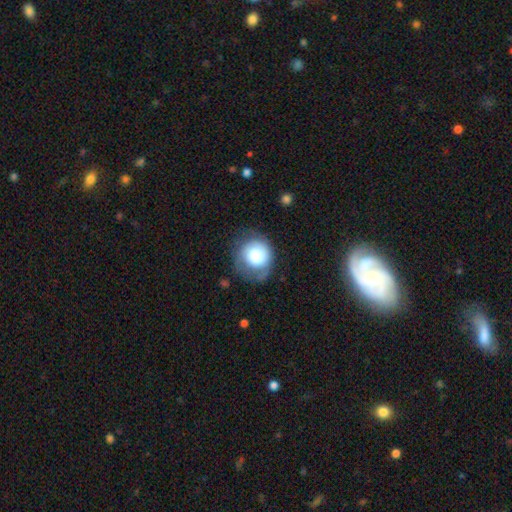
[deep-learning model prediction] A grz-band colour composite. It shows a smooth galaxy with no disk features (74%) that is round (84%). Merging: none (50%).